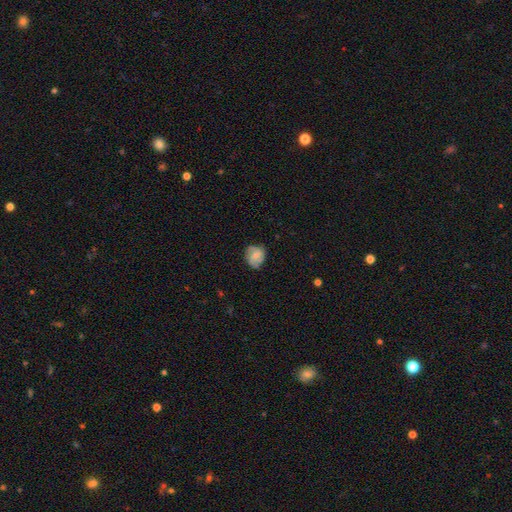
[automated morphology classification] A smooth galaxy with no disk features (50%).

Vote fractions:
- Smooth or featured? smooth: 50% / featured or disk: 42% / star or artifact: 8%
- Merging? none: 67% / minor disturbance: 24% / major disturbance: 7% / merger: 1%